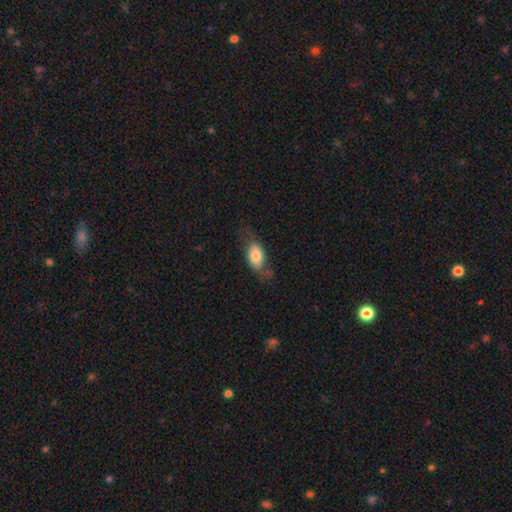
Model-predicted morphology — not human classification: This appears to be a smooth galaxy with no disk features (73%) that is in between round and cigar-shaped (88%). Merging: none (56%).